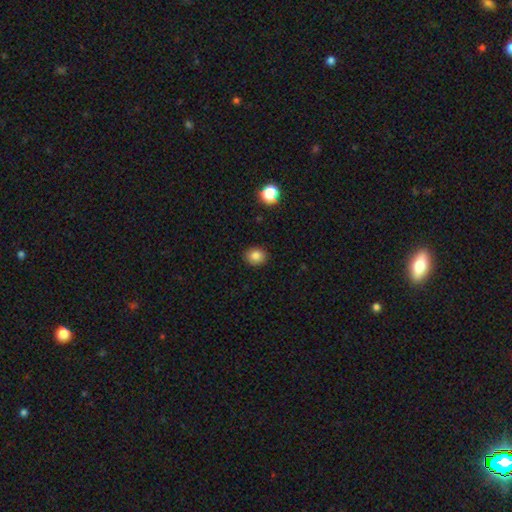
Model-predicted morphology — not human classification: Smooth or featured? Predicted: smooth (p=0.83). How rounded? Predicted: round (p=0.67). Merging? Predicted: none (p=0.90).